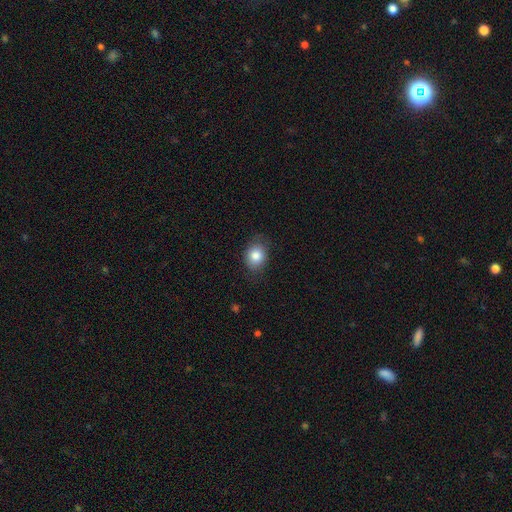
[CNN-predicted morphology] Smooth or featured? Predicted: smooth (p=0.83). How rounded? Predicted: in between (p=0.53). Merging? Predicted: none (p=0.78).